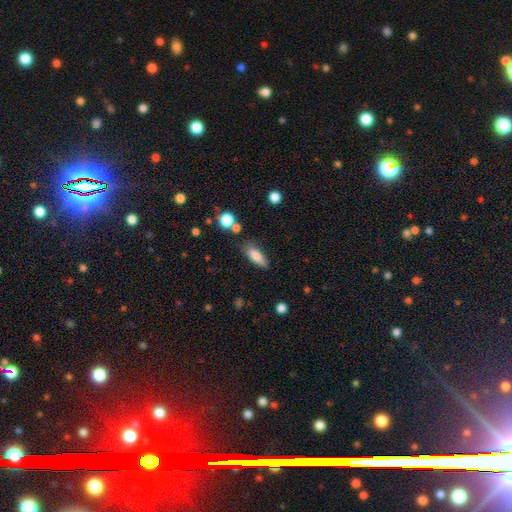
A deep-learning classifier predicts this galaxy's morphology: This is clearly a smooth galaxy (81%). How rounded: likely in between (64%). Merging: likely none (71%).